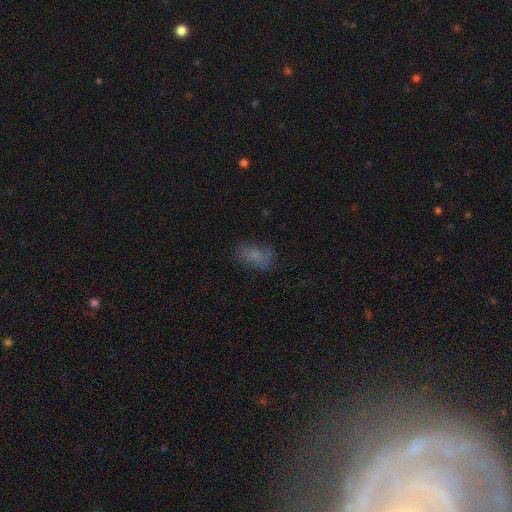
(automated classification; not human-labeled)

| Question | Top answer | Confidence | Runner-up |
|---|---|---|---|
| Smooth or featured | smooth | 69% | featured or disk (17%) |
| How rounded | in between | 85% | round (12%) |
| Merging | none | 66% | minor disturbance (22%) |